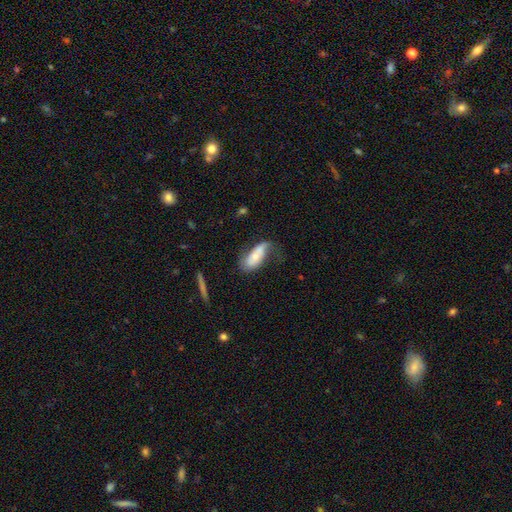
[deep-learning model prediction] Q: Smooth or featured?
A: smooth (56%); runner-up: featured or disk (37%)
Q: How rounded?
A: in between (76%); runner-up: cigar-shaped (22%)
Q: Merging?
A: none (40%); runner-up: minor disturbance (34%)